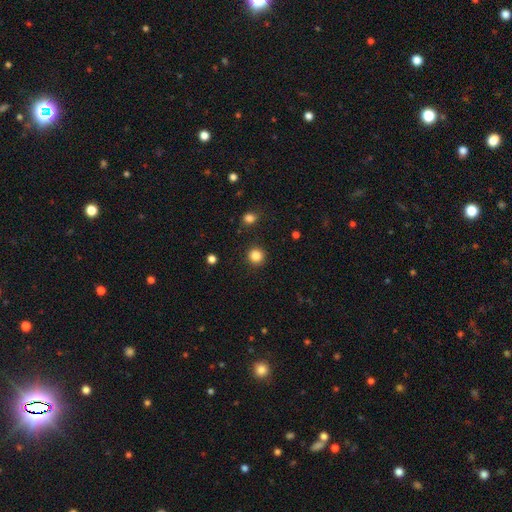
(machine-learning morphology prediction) This appears to be a smooth galaxy with no disk features (84%) that is round (94%). Merging: none (91%).